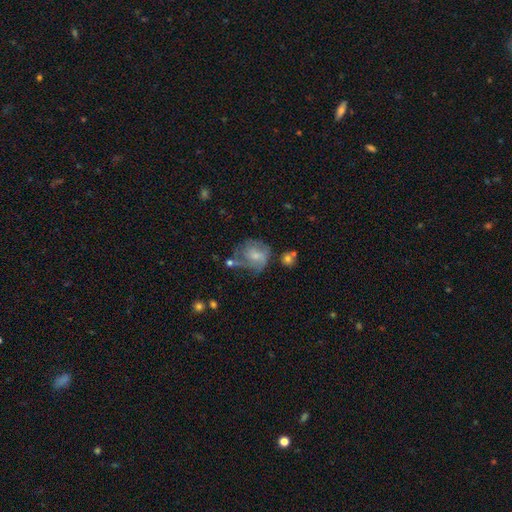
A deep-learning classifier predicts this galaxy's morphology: smooth-or-featured: smooth: 45% (tied) | featured or disk: 45% (tied) | star or artifact: 10%
  merging: none: 36% | major disturbance: 28% | minor disturbance: 25% | merger: 10%